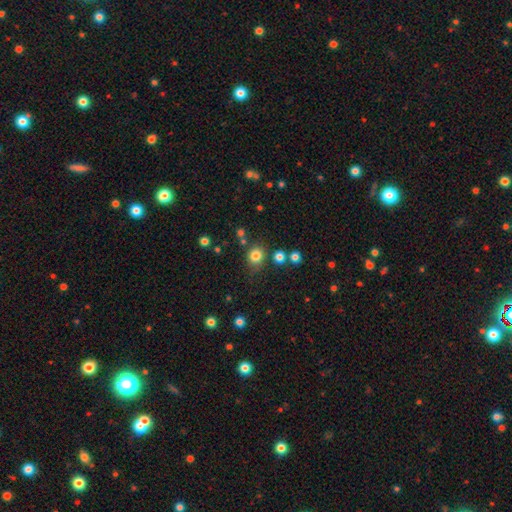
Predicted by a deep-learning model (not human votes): Smooth or featured? Predicted: smooth (p=0.80). How rounded? Predicted: round (p=0.80). Merging? Predicted: none (p=0.77).